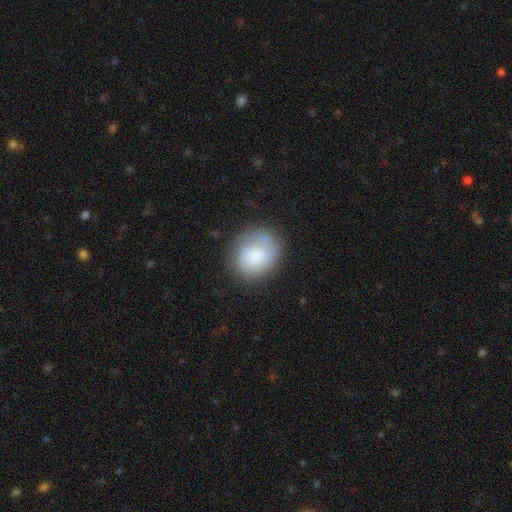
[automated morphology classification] smooth 72%, featured or disk 20%, star or artifact 8%. Down the decision tree: how rounded — round (62%); merging — none (64%).